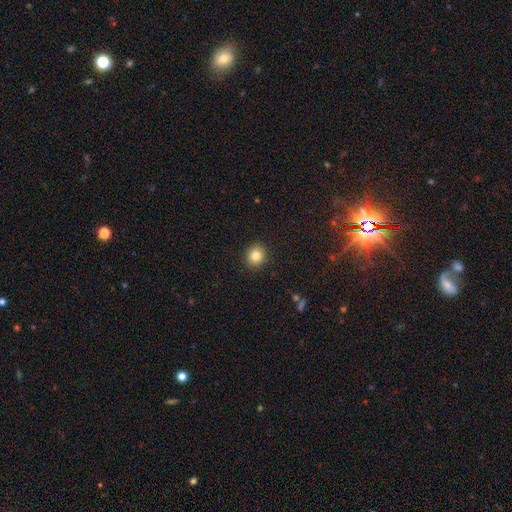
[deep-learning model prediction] Q: Smooth or featured?
A: smooth (82%); runner-up: star or artifact (11%)
Q: How rounded?
A: round (87%); runner-up: in between (12%)
Q: Merging?
A: none (92%); runner-up: minor disturbance (6%)